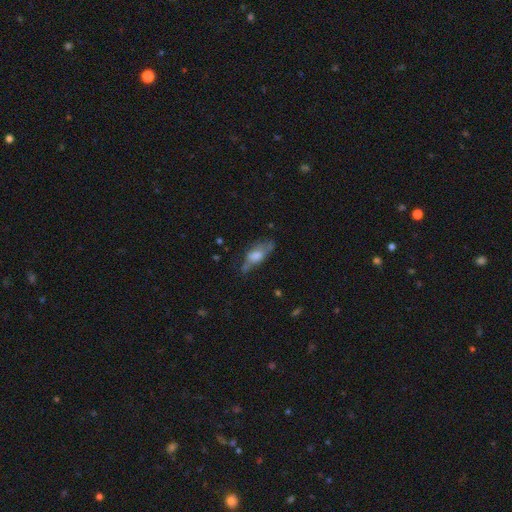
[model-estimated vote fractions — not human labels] Smooth or featured? Predicted: smooth (p=0.55). How rounded? Predicted: in between (p=0.75). Merging? Predicted: none (p=0.43).